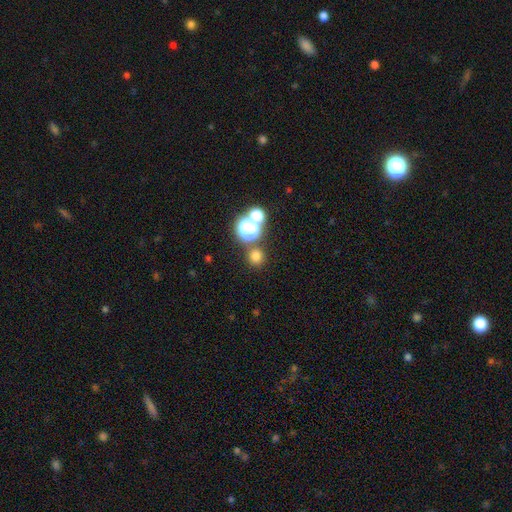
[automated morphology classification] This appears to be a smooth galaxy with no disk features (71%) that is round (92%). Merging: none (78%).